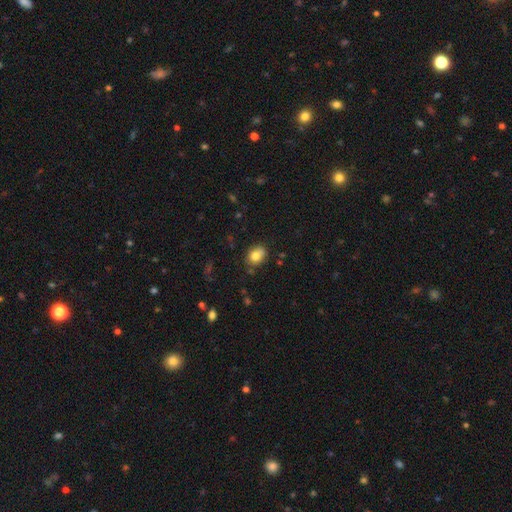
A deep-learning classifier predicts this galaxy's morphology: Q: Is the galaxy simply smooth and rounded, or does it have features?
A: smooth — 81%.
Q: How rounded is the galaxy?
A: in between — 58%.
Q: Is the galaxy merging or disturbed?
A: none — 76%.